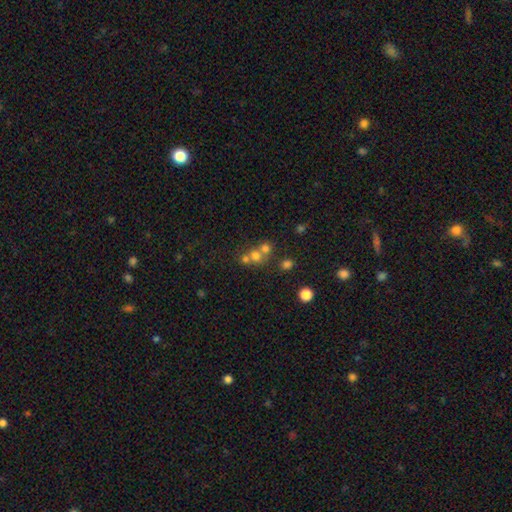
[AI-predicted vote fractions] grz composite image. It shows a smooth galaxy with no disk features (65%) that is round (83%). Merging: merger (51%).